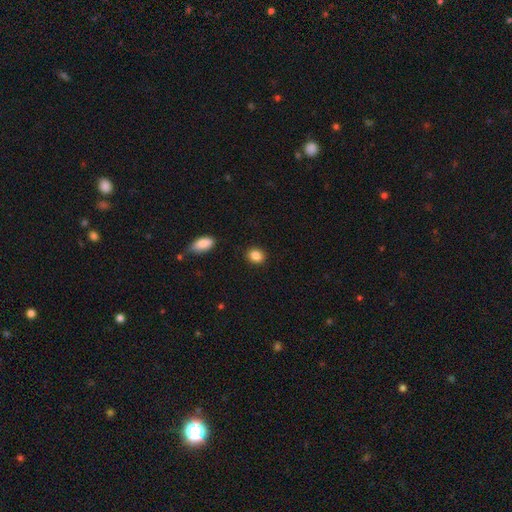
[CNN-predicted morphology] Smooth or featured: smooth — 87% (star or artifact — 9%)
How rounded: round — 54% (in between — 44%)
Merging: none — 88% (minor disturbance — 8%)